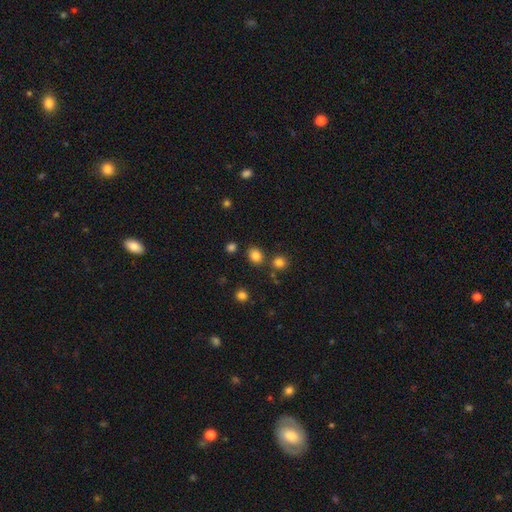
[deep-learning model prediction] A smooth galaxy with no disk features (82%) that is round (55%). Merging: none (79%).